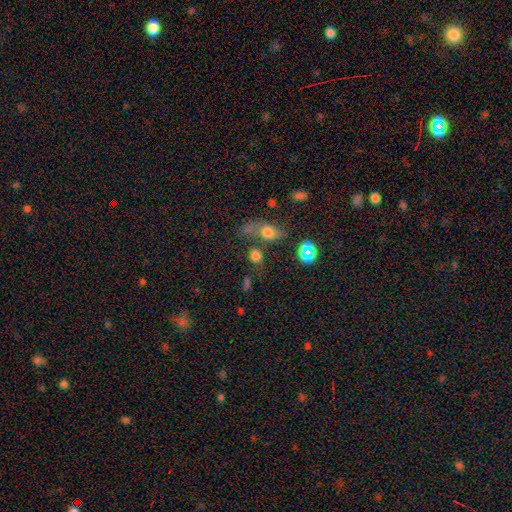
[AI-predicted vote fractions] Smooth or featured? smooth (71%)
How rounded? round (67%)
Merging? none (56%)